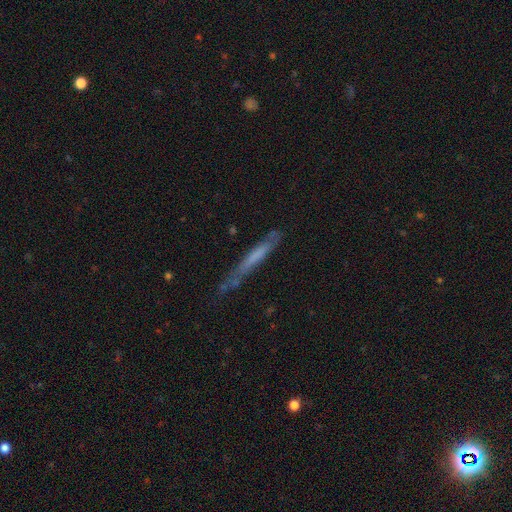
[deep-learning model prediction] This appears to be a smooth galaxy with no disk features (51%) that is cigar-shaped (95%). Merging: none (57%).